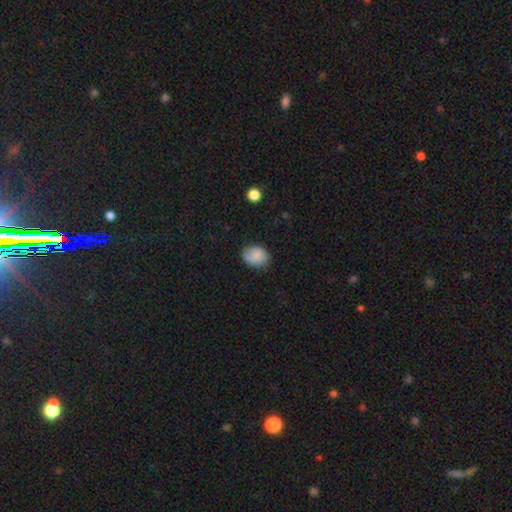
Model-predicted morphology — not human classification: Overall: smooth (84%). How rounded: in between (61%; round 38%). Merging: none (75%).